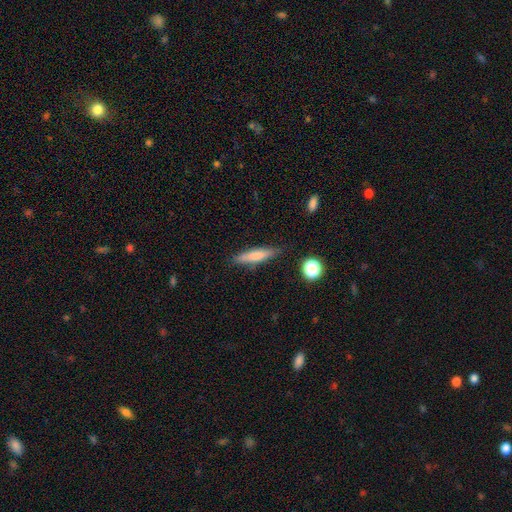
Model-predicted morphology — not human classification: Q: Smooth or featured?
A: smooth (71%); runner-up: featured or disk (21%)
Q: How rounded?
A: cigar-shaped (83%); runner-up: in between (15%)
Q: Merging?
A: none (84%); runner-up: minor disturbance (12%)